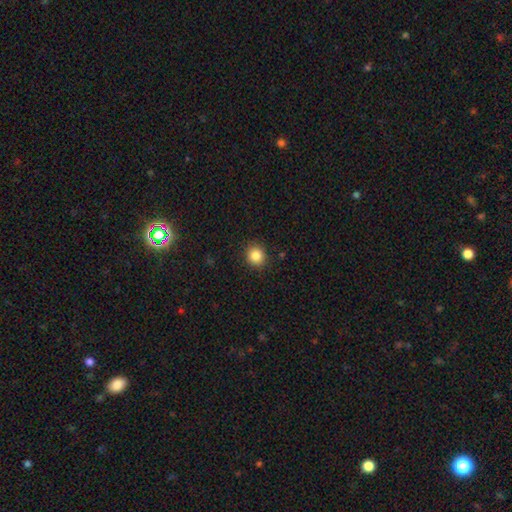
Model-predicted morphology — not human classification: Overall: smooth (85%). How rounded: round (89%). Merging: none (90%).